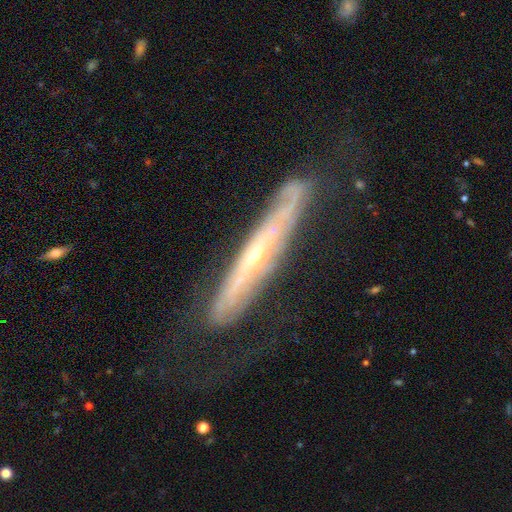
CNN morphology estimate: type=featured or disk (80%); edge-on=yes (64%); edge-on bulge=rounded (66%); merging=none (61%).